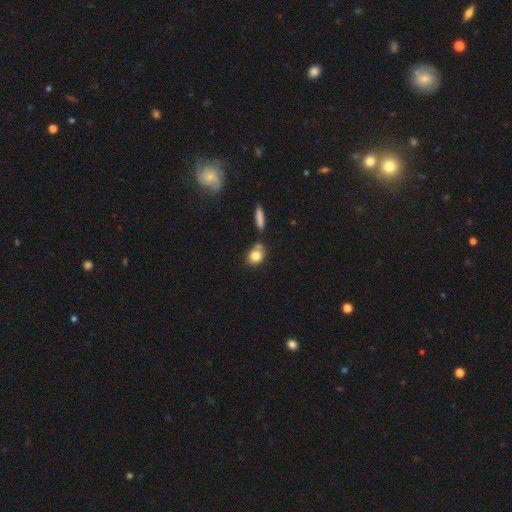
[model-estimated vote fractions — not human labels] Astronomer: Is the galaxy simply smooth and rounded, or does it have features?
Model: smooth — 81%.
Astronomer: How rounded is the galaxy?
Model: round — 53% (runner-up: in between, 44%).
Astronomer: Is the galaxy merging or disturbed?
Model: none — 53% (runner-up: merger, 28%).